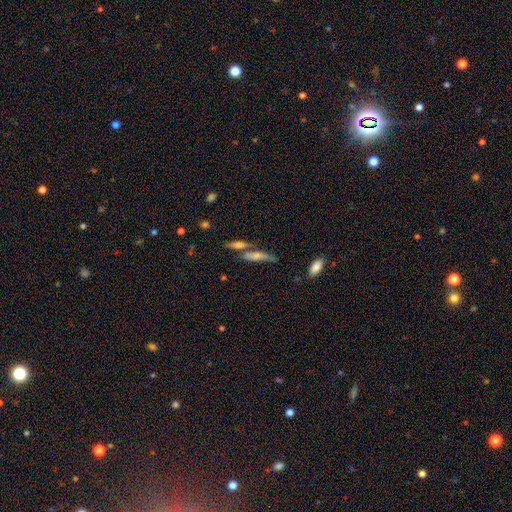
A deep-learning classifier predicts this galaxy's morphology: Smooth or featured?
  - featured or disk: 45% *
  - smooth: 40%
  - star or artifact: 15%
Merging?
  - none: 48% *
  - merger: 32%
  - minor disturbance: 13%
  - major disturbance: 7%